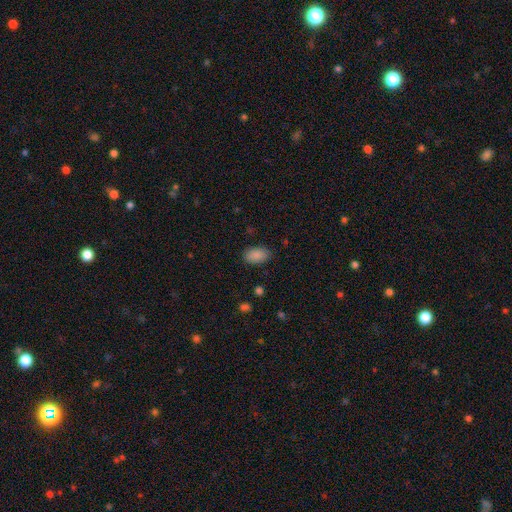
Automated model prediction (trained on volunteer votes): smooth_or_featured: smooth (p=0.88) [alt: star or artifact p=0.08]
how_rounded: in between (p=0.92) [alt: round p=0.06]
merging: none (p=0.85) [alt: minor disturbance p=0.11]